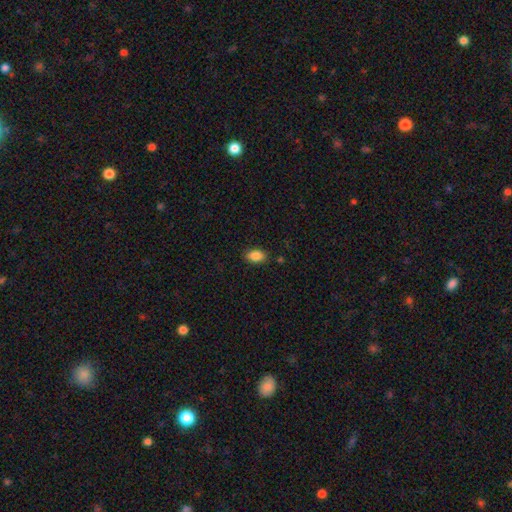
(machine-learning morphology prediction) A smooth galaxy with no disk features (87%) that is in between round and cigar-shaped (89%). Merging: none (86%).